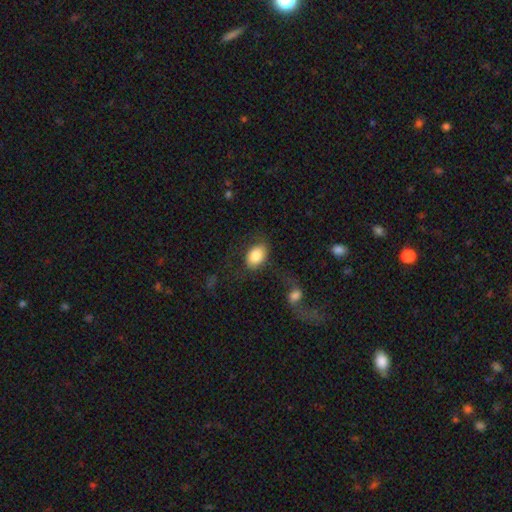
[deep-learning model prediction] smooth 84%, featured or disk 9%, star or artifact 6%. Down the decision tree: how rounded — in between (84%); merging — none (63%).